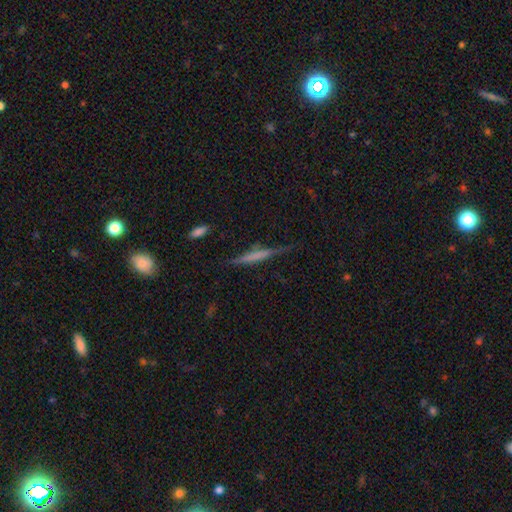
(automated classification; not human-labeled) A featured or disk galaxy (55%) viewed edge-on (96%) with no central bulge (52%).

Vote fractions:
- Smooth or featured? featured or disk: 55% / smooth: 36% / star or artifact: 9%
- Edge-on disk? yes: 96% / no: 4%
- Edge-on bulge? none: 52% / boxy: 25% / rounded: 23%
- Merging? none: 76% / minor disturbance: 16% / major disturbance: 5% / merger: 3%